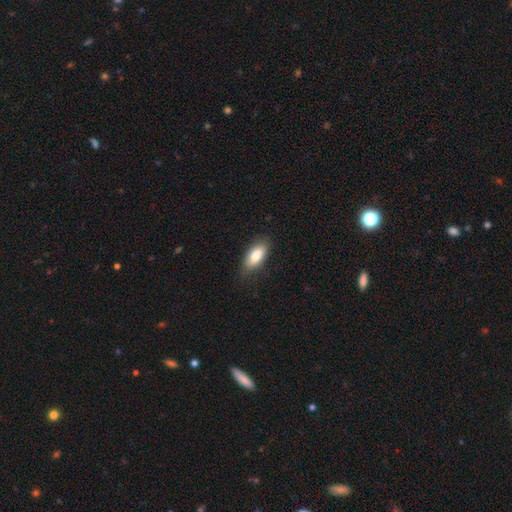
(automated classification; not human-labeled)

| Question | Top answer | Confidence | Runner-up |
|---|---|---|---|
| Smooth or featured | smooth | 83% | featured or disk (11%) |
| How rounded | in between | 86% | cigar-shaped (12%) |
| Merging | none | 78% | minor disturbance (18%) |